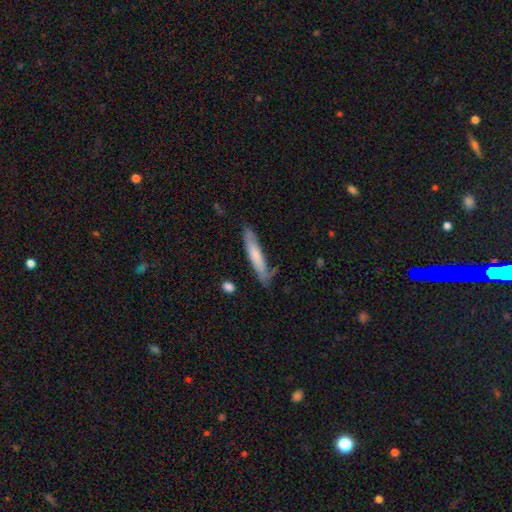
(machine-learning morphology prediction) smooth 66%, featured or disk 29%, star or artifact 5%. Down the decision tree: how rounded — cigar-shaped (89%); merging — none (74%).